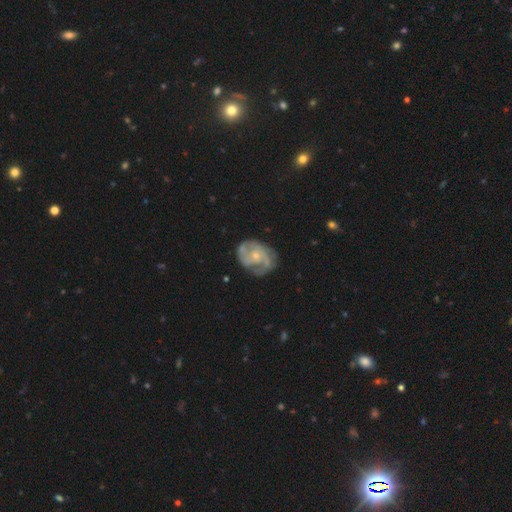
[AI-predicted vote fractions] This is likely a featured or disk galaxy (79%). It is clearly not viewed edge-on (98%). Bar: likely no (72%). Spiral arm pattern: clearly yes (88%). Spiral arm count: marginally 2 (41%). Spiral winding: marginally medium (43%). Central bulge: likely small (66%). Merging: likely none (64%).